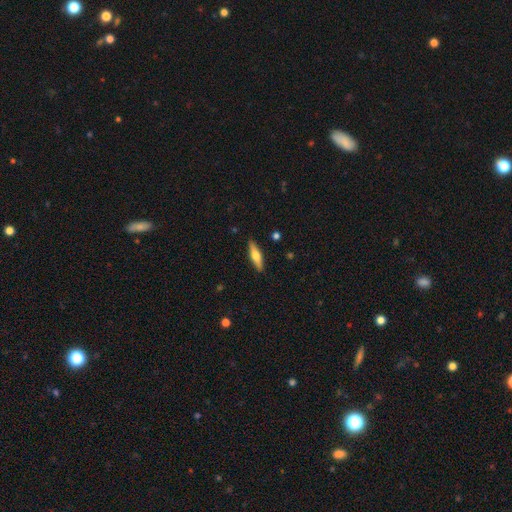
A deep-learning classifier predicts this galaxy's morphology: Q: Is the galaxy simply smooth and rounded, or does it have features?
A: smooth — 51%.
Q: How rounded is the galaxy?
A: cigar-shaped — 64%.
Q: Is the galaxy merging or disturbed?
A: none — 89%.